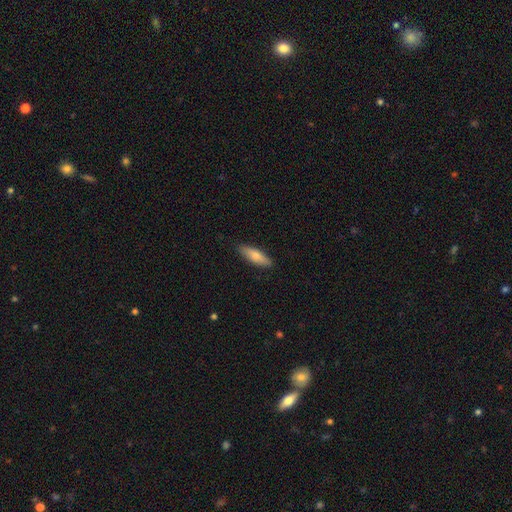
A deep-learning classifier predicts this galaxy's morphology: Smooth or featured? smooth (74%)
How rounded? cigar-shaped (53%)
Merging? none (87%)